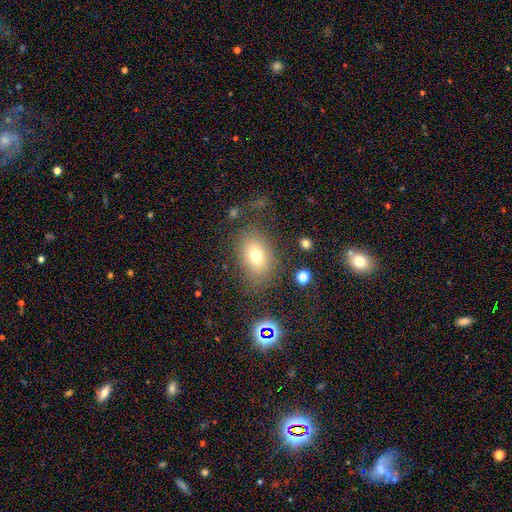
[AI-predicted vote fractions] Overall: smooth (71%). How rounded: in between (73%). Merging: none (75%).